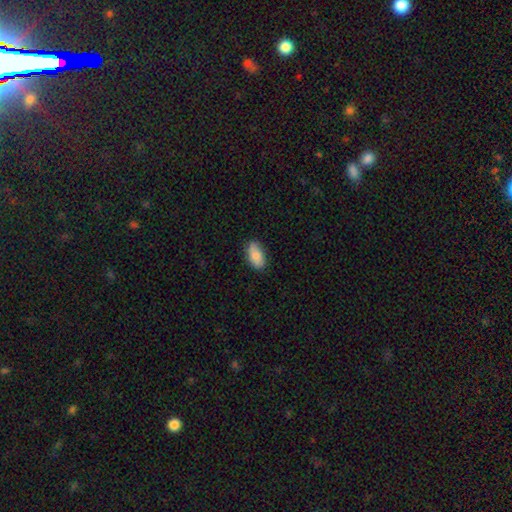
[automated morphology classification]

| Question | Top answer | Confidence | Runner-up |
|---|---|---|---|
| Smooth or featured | smooth | 83% | featured or disk (10%) |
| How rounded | in between | 92% | cigar-shaped (4%) |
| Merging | none | 82% | minor disturbance (14%) |